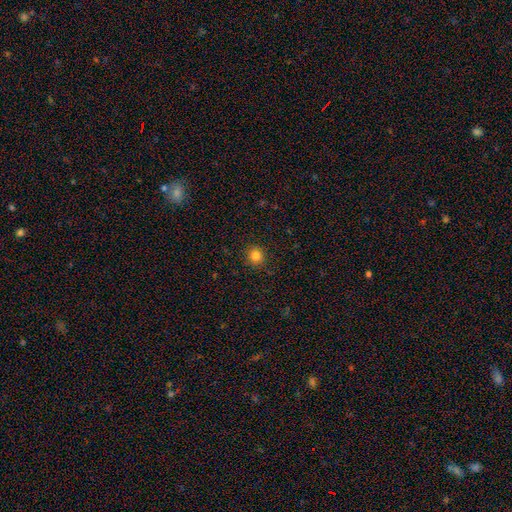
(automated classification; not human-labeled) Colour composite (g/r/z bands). It shows a smooth galaxy with no disk features (83%) that is round (91%). Merging: none (91%).